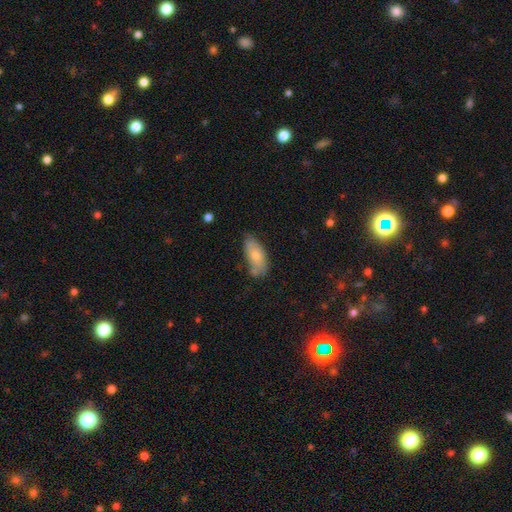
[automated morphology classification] Smooth or featured? Predicted: smooth (p=0.69). How rounded? Predicted: in between (p=0.87). Merging? Predicted: none (p=0.59).